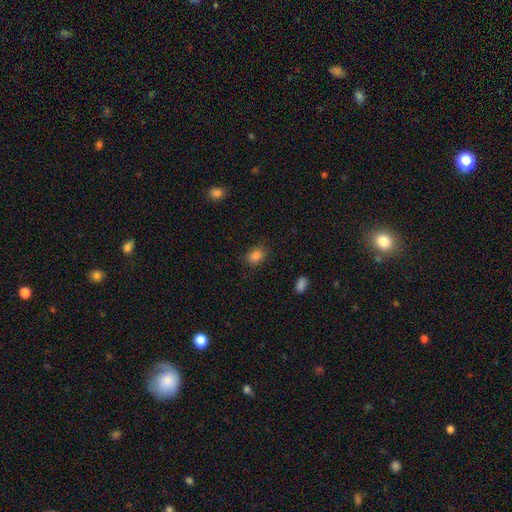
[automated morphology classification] The model was most divided on "how rounded": in between: 65%, round: 33%, cigar-shaped: 1%. More confident: smooth or featured — smooth (86%); merging — none (78%).